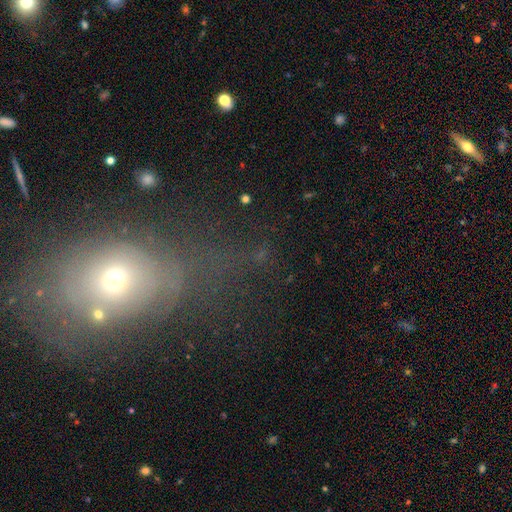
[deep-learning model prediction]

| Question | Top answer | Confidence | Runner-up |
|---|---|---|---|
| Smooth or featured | star or artifact | 39% | smooth (37%) |